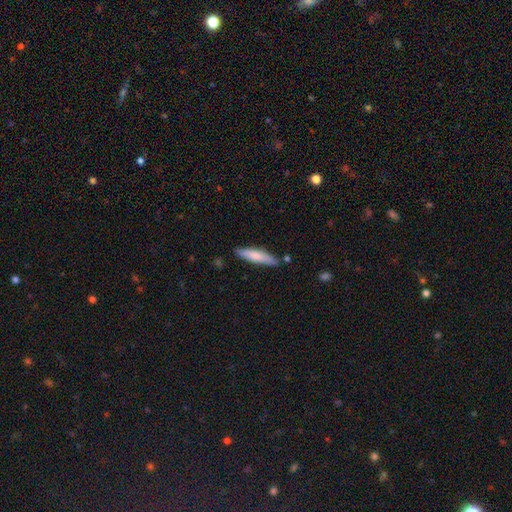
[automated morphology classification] A smooth galaxy with no disk features (72%) that is cigar-shaped (81%).

Vote fractions:
- Smooth or featured? smooth: 72% / featured or disk: 22% / star or artifact: 5%
- How rounded? cigar-shaped: 81% / in between: 18% / round: 1%
- Merging? none: 81% / minor disturbance: 13% / merger: 3% / major disturbance: 2%